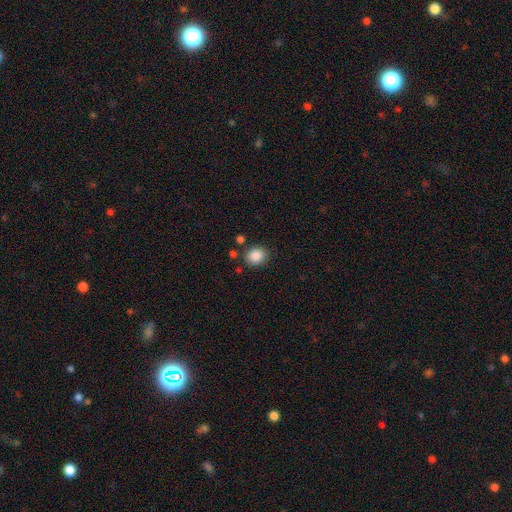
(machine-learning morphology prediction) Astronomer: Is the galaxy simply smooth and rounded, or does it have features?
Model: smooth — 87%.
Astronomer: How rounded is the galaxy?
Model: round — 70%.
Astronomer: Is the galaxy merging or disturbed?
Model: none — 81%.